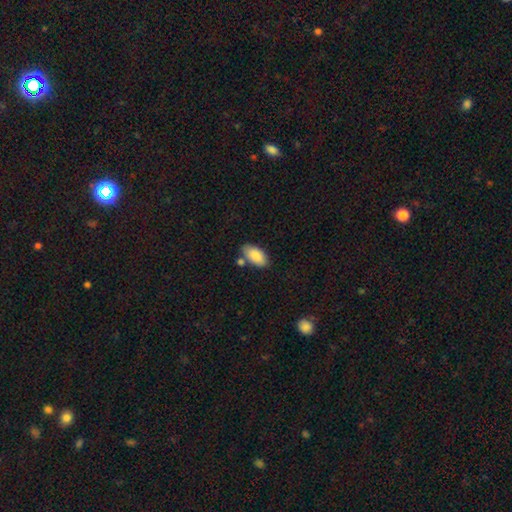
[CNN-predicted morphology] The model was most divided on "merging": none: 70%, minor disturbance: 15%, merger: 12%, major disturbance: 3%. More confident: how rounded — in between (94%); smooth or featured — smooth (86%).